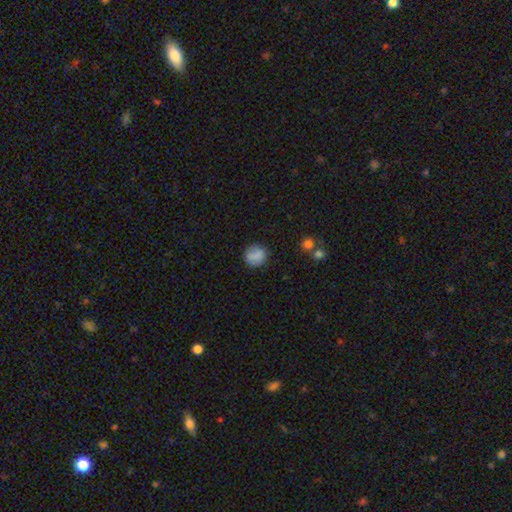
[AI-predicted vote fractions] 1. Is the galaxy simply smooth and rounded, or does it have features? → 83% smooth, 9% featured or disk, 8% star or artifact.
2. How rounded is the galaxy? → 83% round, 16% in between, 1% cigar-shaped.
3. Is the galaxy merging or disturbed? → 80% none, 14% minor disturbance, 4% major disturbance, 2% merger.